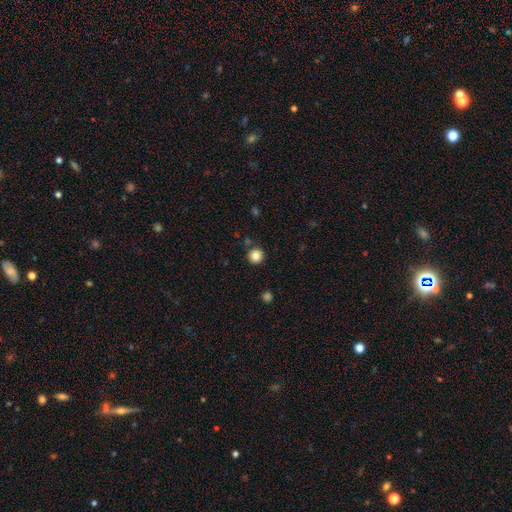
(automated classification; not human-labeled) A smooth galaxy with no disk features (84%) that is round (95%).

Vote fractions:
- Smooth or featured? smooth: 84% / star or artifact: 11% / featured or disk: 5%
- How rounded? round: 95% / in between: 4% / cigar-shaped: 1%
- Merging? none: 88% / minor disturbance: 7% / merger: 3% / major disturbance: 2%